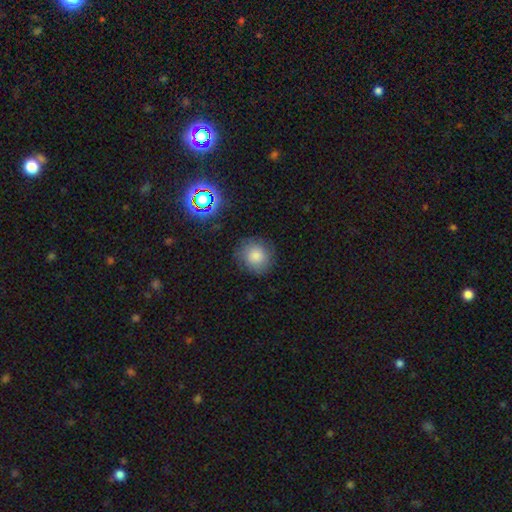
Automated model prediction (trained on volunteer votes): Smooth or featured: smooth — 79% (star or artifact — 12%)
How rounded: round — 87% (in between — 12%)
Merging: none — 82% (minor disturbance — 13%)